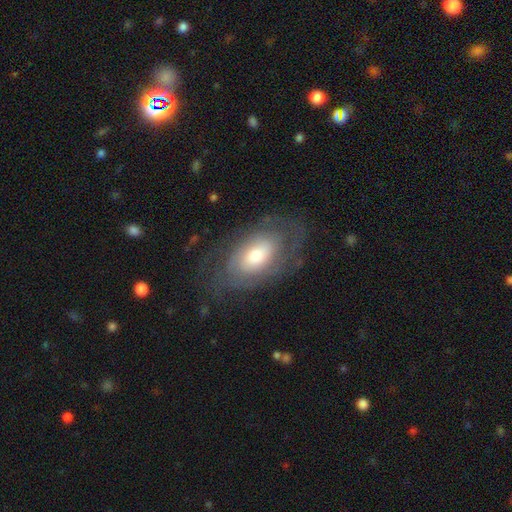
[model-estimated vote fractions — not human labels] Smooth or featured? Predicted: featured or disk (p=0.56). Edge-on disk? Predicted: no (p=0.92). Bar? Predicted: no (p=0.76). Spiral arms? Predicted: yes (p=0.66). Bulge size? Predicted: moderate (p=0.51). Merging? Predicted: none (p=0.69).